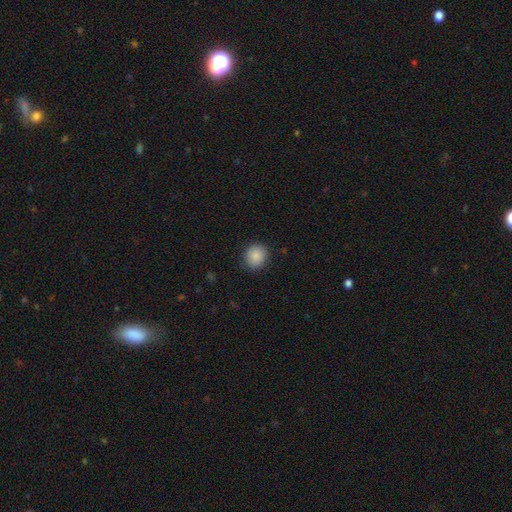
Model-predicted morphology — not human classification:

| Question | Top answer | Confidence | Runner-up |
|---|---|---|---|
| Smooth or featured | smooth | 88% | star or artifact (8%) |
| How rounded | round | 80% | in between (19%) |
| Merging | none | 87% | minor disturbance (9%) |